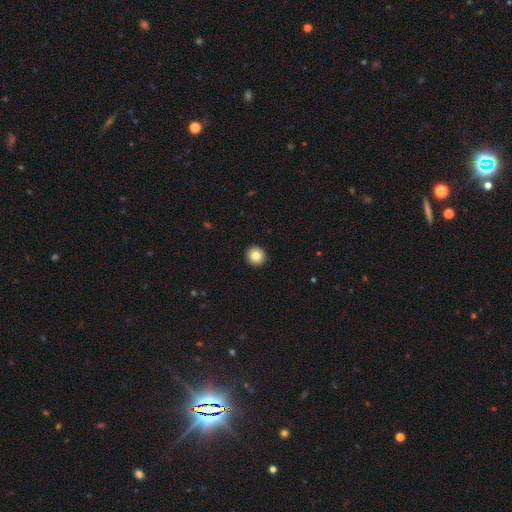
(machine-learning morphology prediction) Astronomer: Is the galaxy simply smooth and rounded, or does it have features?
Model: smooth — 84%.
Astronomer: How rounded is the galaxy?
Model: round — 94%.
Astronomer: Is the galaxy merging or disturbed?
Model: none — 94%.